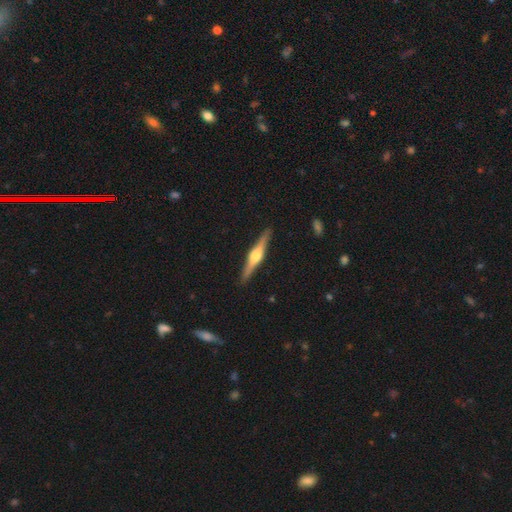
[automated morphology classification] The model was most divided on "smooth or featured": featured or disk: 77%, smooth: 18%, star or artifact: 5%. More confident: edge-on disk — yes (98%); edge-on bulge — rounded (92%); merging — none (91%).